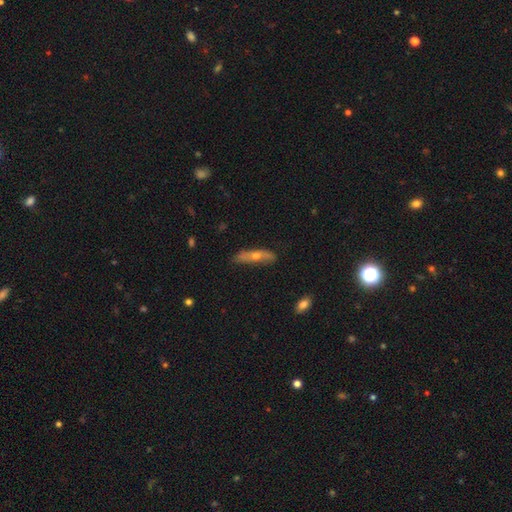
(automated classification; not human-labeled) Smooth or featured: featured or disk — 47% (smooth — 46%)
Merging: none — 72% (minor disturbance — 21%)